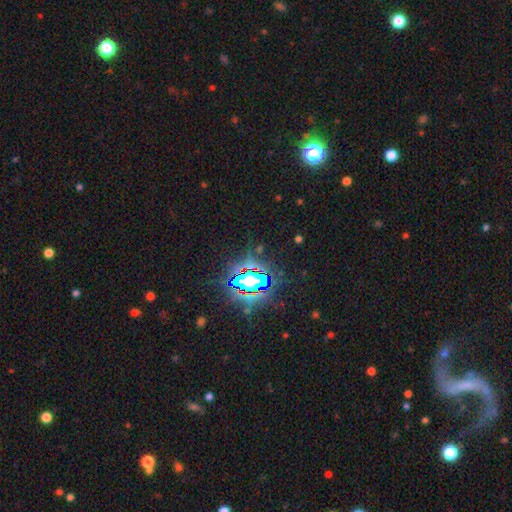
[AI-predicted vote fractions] Smooth or featured?
  - star or artifact: 81% *
  - smooth: 10%
  - featured or disk: 8%